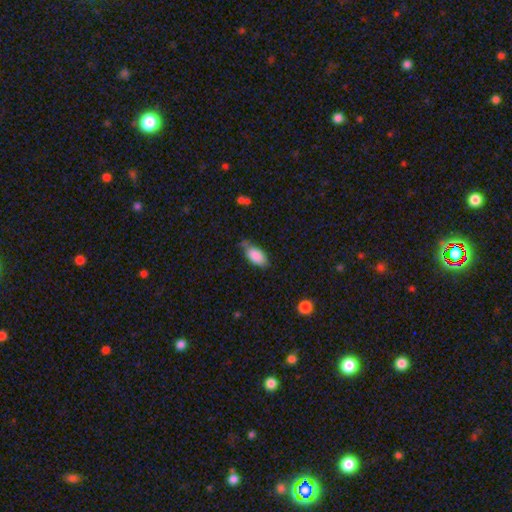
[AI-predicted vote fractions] Smooth or featured? smooth (87%)
How rounded? in between (93%)
Merging? none (57%)